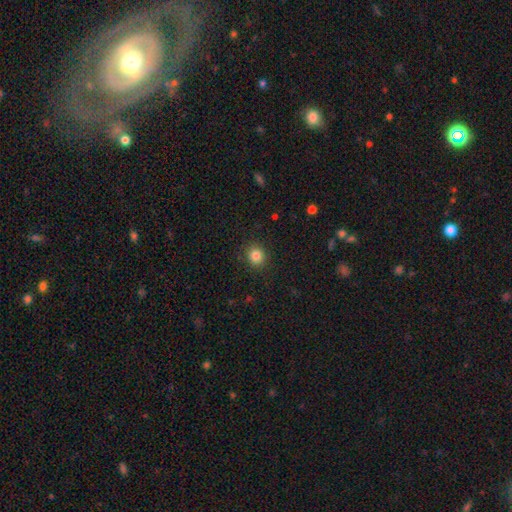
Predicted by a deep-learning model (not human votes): Smooth or featured? Predicted: smooth (p=0.83). How rounded? Predicted: round (p=0.86). Merging? Predicted: none (p=0.90).